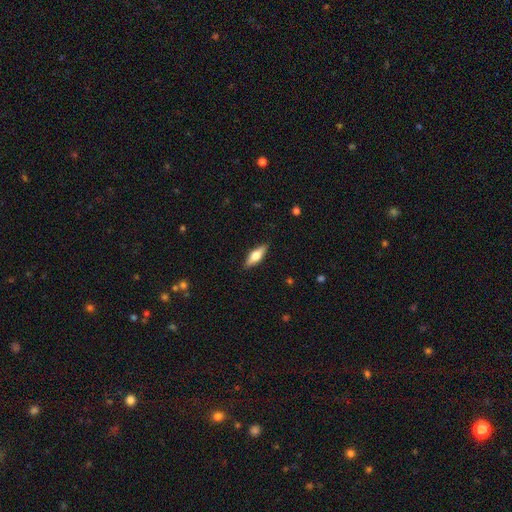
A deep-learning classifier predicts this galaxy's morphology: Smooth or featured? Predicted: smooth (p=0.51). How rounded? Predicted: in between (p=0.54). Merging? Predicted: none (p=0.89).